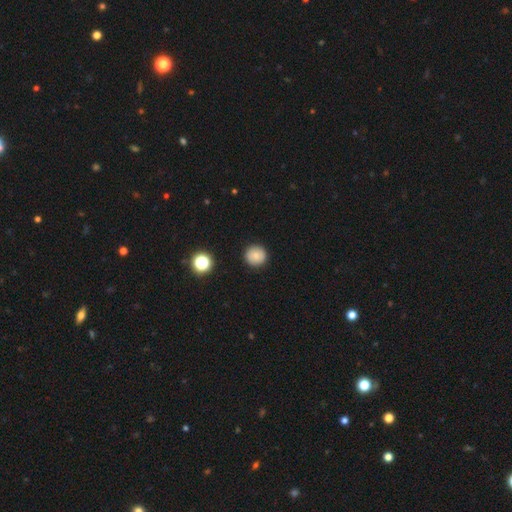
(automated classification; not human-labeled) The model was most divided on "smooth or featured": smooth: 83%, star or artifact: 10%, featured or disk: 7%. More confident: how rounded — round (94%); merging — none (91%).